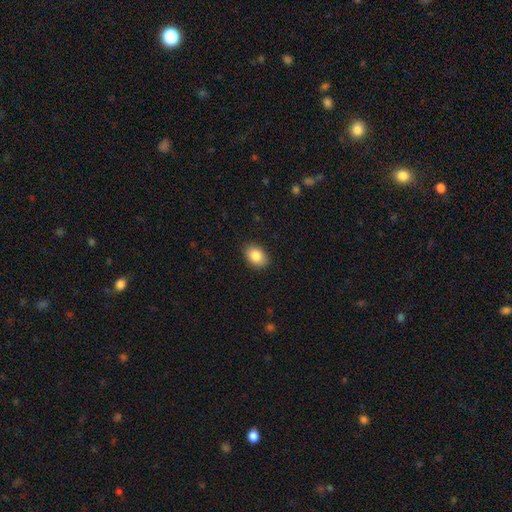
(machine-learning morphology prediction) type=smooth (84%); roundness=in between (81%); merging=none (88%).